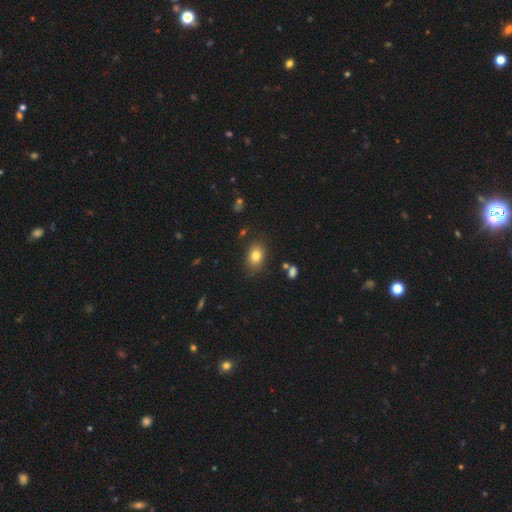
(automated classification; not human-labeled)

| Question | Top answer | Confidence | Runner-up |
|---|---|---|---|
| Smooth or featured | smooth | 82% | star or artifact (10%) |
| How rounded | in between | 71% | round (28%) |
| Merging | none | 82% | minor disturbance (12%) |